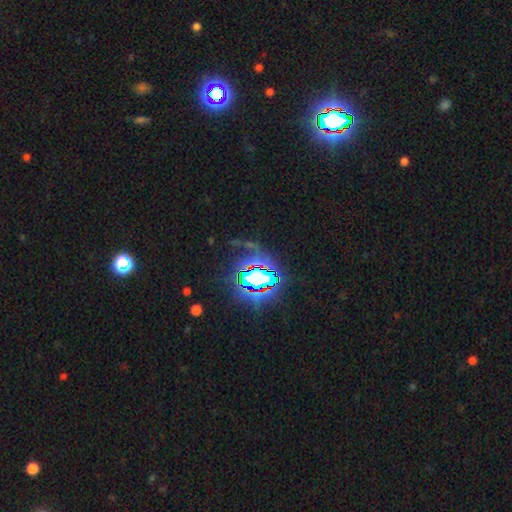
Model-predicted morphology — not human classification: type=star or artifact (83%).